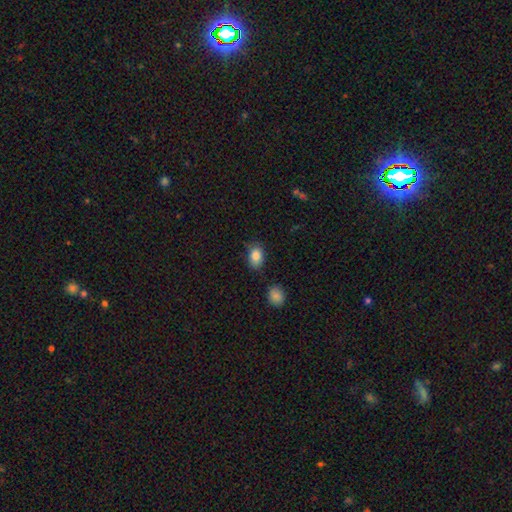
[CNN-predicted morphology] Q: Smooth or featured?
A: smooth (87%); runner-up: star or artifact (8%)
Q: How rounded?
A: in between (79%); runner-up: round (20%)
Q: Merging?
A: none (74%); runner-up: minor disturbance (18%)